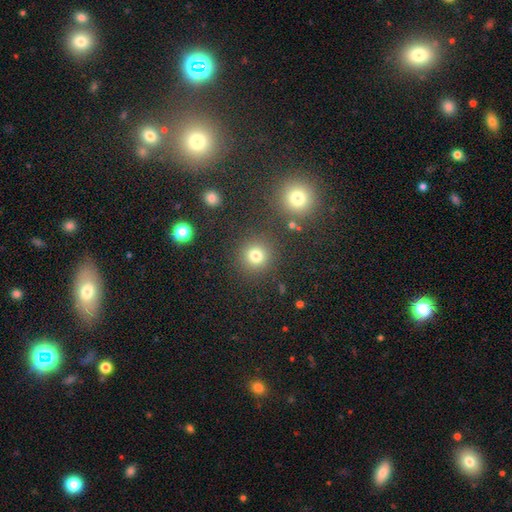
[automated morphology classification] smooth 77%, star or artifact 17%, featured or disk 6%. Down the decision tree: how rounded — round (92%); merging — none (85%).